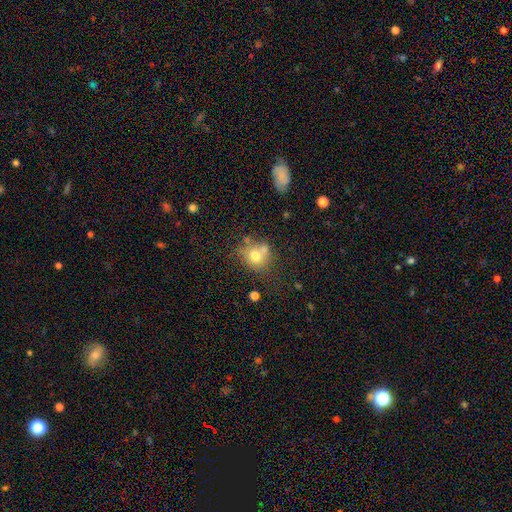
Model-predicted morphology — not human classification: This is likely a smooth galaxy (72%). How rounded: likely round (76%). Merging: possibly none (50%).